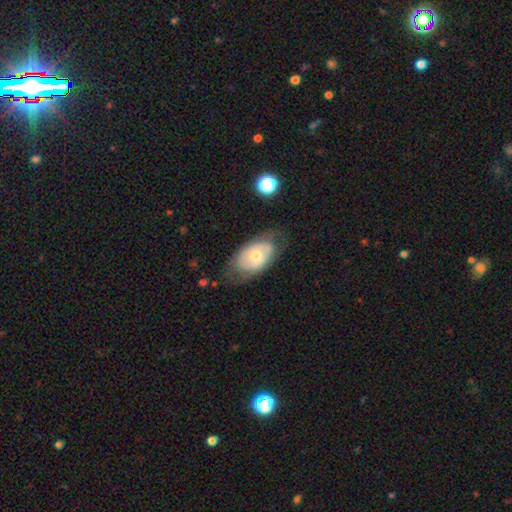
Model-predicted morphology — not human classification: This appears to be a featured or disk galaxy (56%) with no bar (74%), spiral arms (53%) and a moderate central bulge (52%). Merging: none (63%).